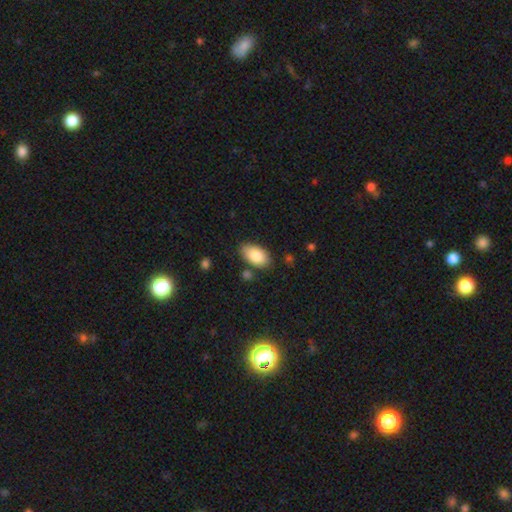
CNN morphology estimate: smooth_or_featured: smooth (p=0.85) [alt: featured or disk p=0.08]
how_rounded: in between (p=0.94) [alt: round p=0.04]
merging: none (p=0.77) [alt: minor disturbance p=0.15]